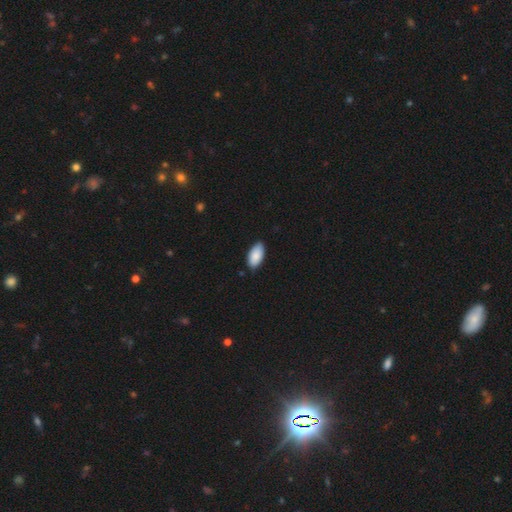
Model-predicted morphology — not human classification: type=smooth (88%); roundness=in between (95%); merging=none (83%).